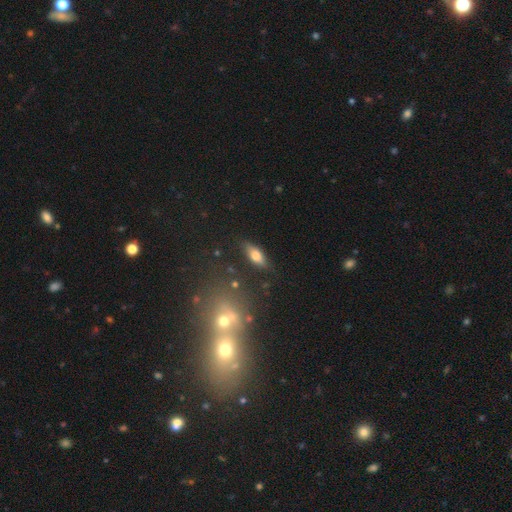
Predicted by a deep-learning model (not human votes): Smooth or featured?
  - smooth: 68% *
  - featured or disk: 24%
  - star or artifact: 8%
How rounded?
  - in between: 72% *
  - cigar-shaped: 24%
  - round: 4%
Merging?
  - none: 78% *
  - minor disturbance: 15%
  - major disturbance: 4%
  - merger: 3%